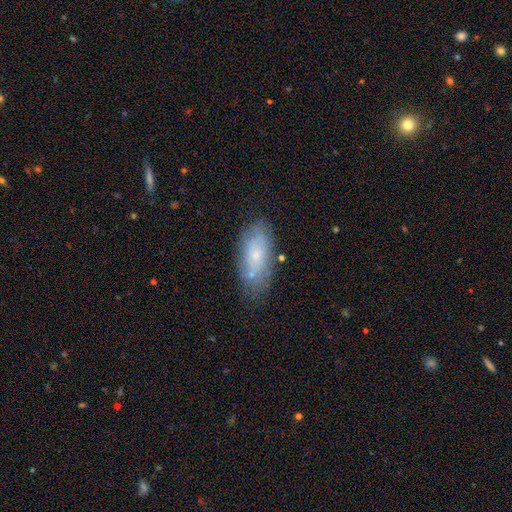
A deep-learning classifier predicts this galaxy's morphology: smooth 60%, featured or disk 32%, star or artifact 8%. Down the decision tree: how rounded — in between (85%); merging — none (70%).